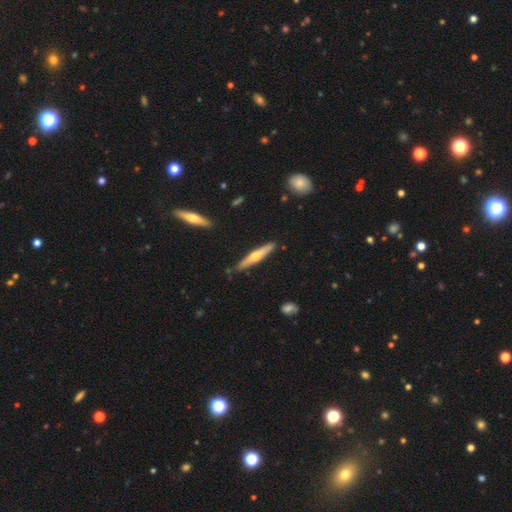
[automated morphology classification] smooth_or_featured: featured or disk (p=0.55) [alt: smooth p=0.40]
disk_edge_on: yes (p=0.95) [alt: no p=0.05]
edge_on_bulge: rounded (p=0.89) [alt: none p=0.08]
merging: none (p=0.88) [alt: minor disturbance p=0.09]